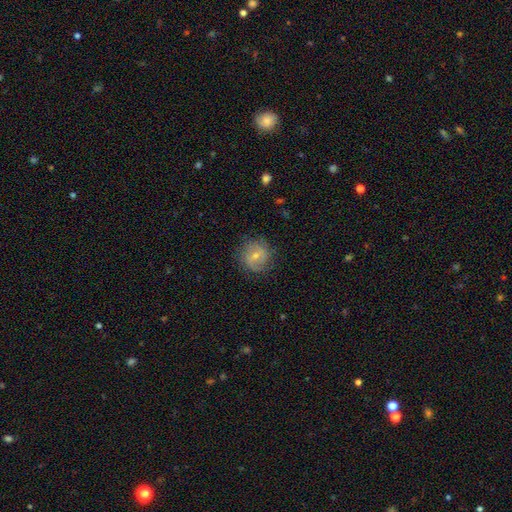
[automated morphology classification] This appears to be a featured or disk galaxy (51%). Merging: none (77%).